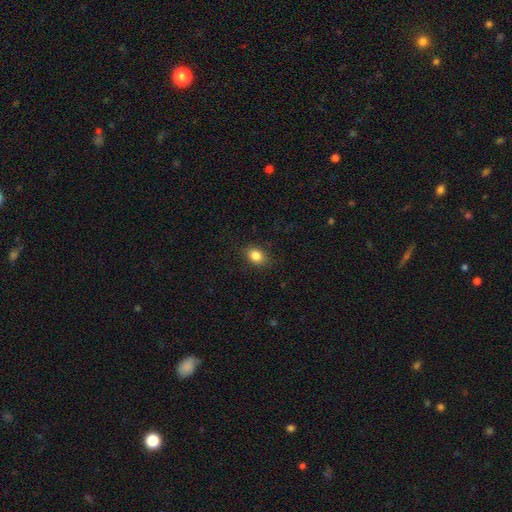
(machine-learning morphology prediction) Overall: smooth (85%). How rounded: in between (67%; round 32%). Merging: none (86%).